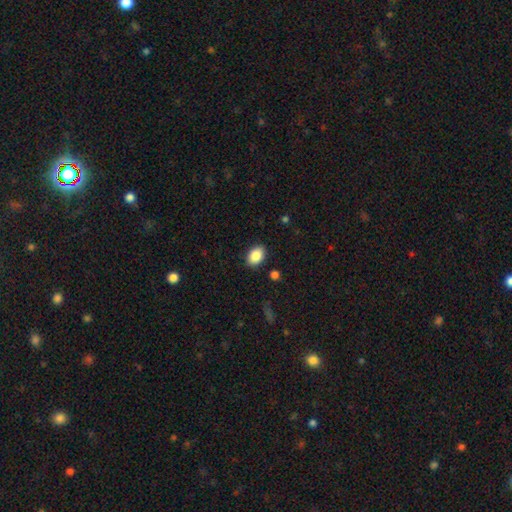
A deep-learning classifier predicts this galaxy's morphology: smooth-or-featured: smooth: 87% | star or artifact: 8% | featured or disk: 6%
  how-rounded: in between: 81% | round: 18% | cigar-shaped: 1%
  merging: none: 87% | minor disturbance: 9% | major disturbance: 2% | merger: 2%